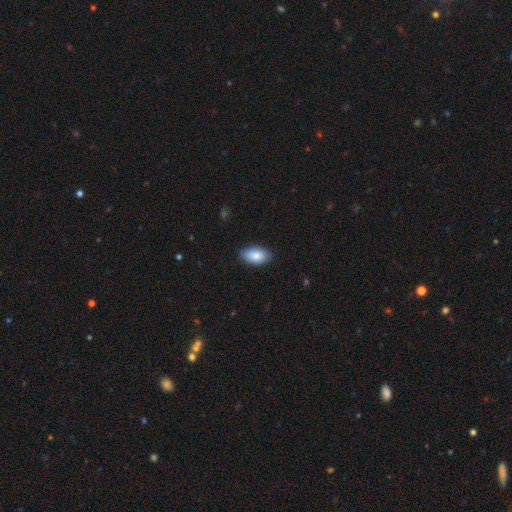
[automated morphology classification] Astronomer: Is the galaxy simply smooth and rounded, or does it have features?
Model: smooth — 85%.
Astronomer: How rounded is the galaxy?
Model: in between — 93%.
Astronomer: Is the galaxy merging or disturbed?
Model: none — 85%.